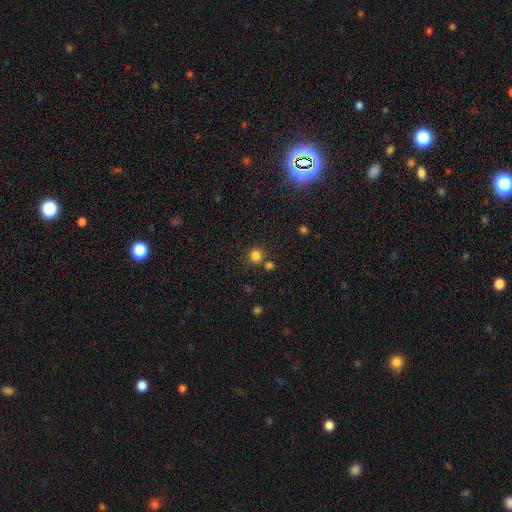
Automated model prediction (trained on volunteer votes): Smooth or featured: smooth — 81% (star or artifact — 14%)
How rounded: round — 92% (in between — 7%)
Merging: none — 76% (merger — 13%)